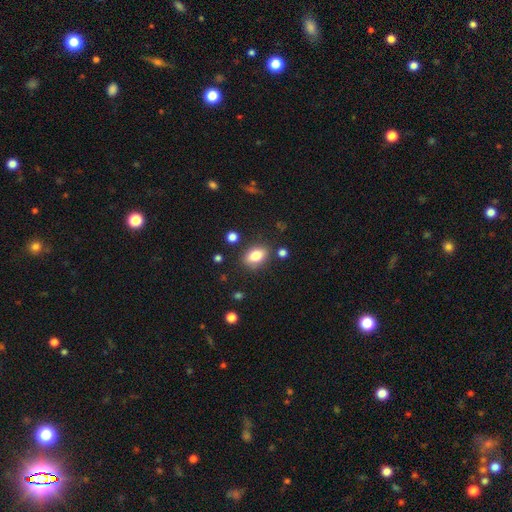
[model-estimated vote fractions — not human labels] A smooth galaxy with no disk features (81%) that is in between round and cigar-shaped (81%). Merging: none (82%).